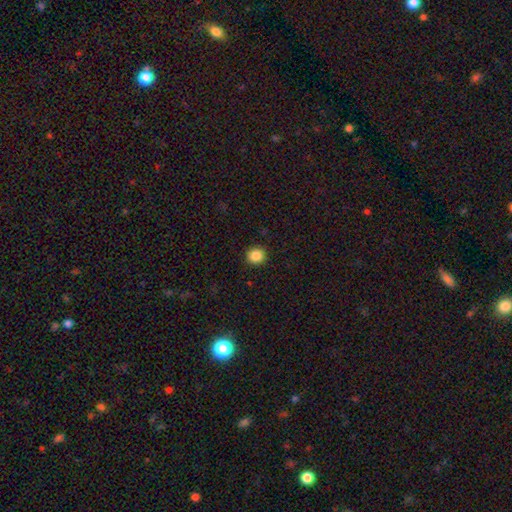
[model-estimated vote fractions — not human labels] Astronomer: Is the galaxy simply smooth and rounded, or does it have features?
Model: smooth — 87%.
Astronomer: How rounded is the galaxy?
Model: round — 88%.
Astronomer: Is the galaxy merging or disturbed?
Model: none — 92%.